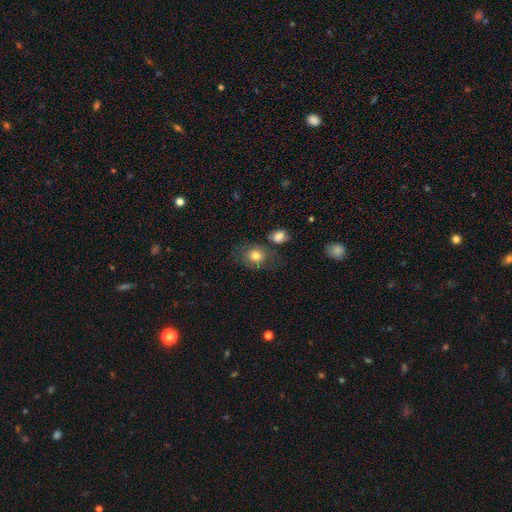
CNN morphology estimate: smooth_or_featured: smooth (p=0.75) [alt: featured or disk p=0.16]
how_rounded: round (p=0.60) [alt: in between p=0.39]
merging: none (p=0.58) [alt: minor disturbance p=0.19]